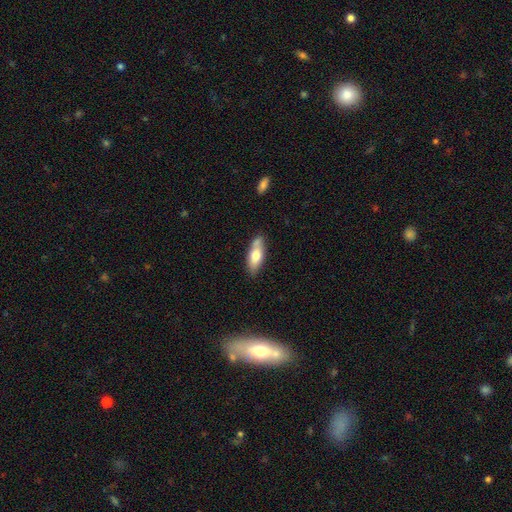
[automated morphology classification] A smooth galaxy with no disk features (68%) that is in between round and cigar-shaped (71%).

Vote fractions:
- Smooth or featured? smooth: 68% / featured or disk: 26% / star or artifact: 6%
- How rounded? in between: 71% / cigar-shaped: 27% / round: 3%
- Merging? none: 67% / minor disturbance: 20% / merger: 9% / major disturbance: 4%